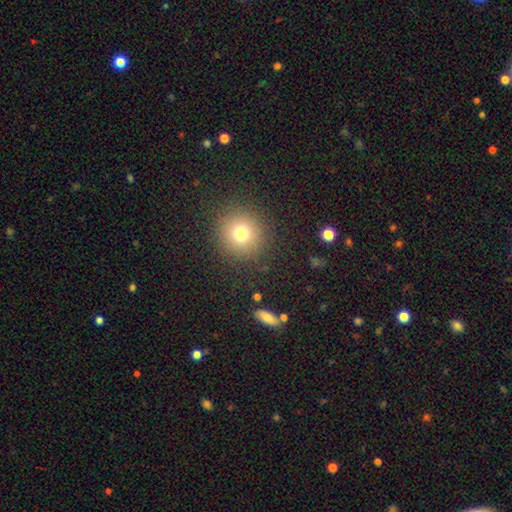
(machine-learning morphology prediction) A smooth galaxy with no disk features (65%) that is round (94%). Merging: none (92%).